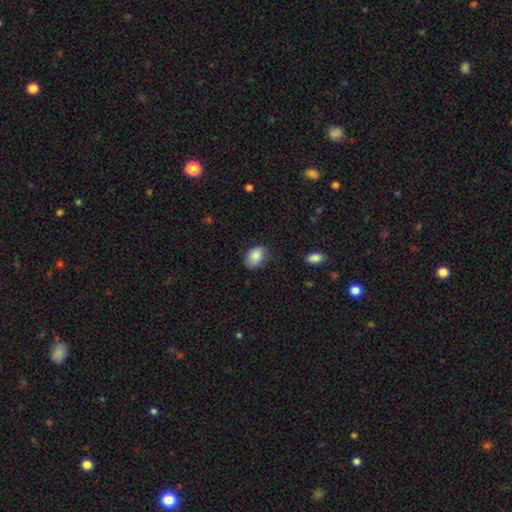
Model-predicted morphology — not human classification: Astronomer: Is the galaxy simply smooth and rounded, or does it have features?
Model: smooth — 86%.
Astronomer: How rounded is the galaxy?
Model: in between — 78%.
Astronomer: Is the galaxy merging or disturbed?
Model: none — 77%.